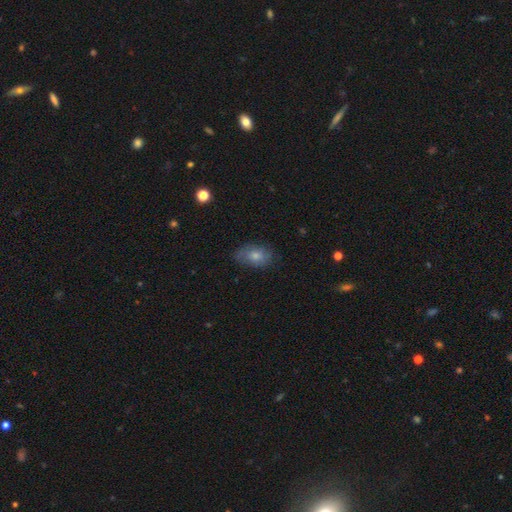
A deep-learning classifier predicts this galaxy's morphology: smooth_or_featured: smooth (p=0.70) [alt: featured or disk p=0.22]
how_rounded: in between (p=0.86) [alt: round p=0.12]
merging: none (p=0.69) [alt: minor disturbance p=0.23]